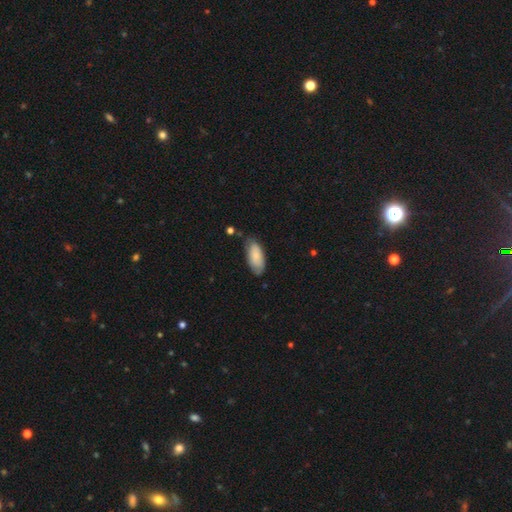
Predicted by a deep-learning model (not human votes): This is likely a smooth galaxy (80%). How rounded: clearly in between (89%). Merging: likely none (67%).